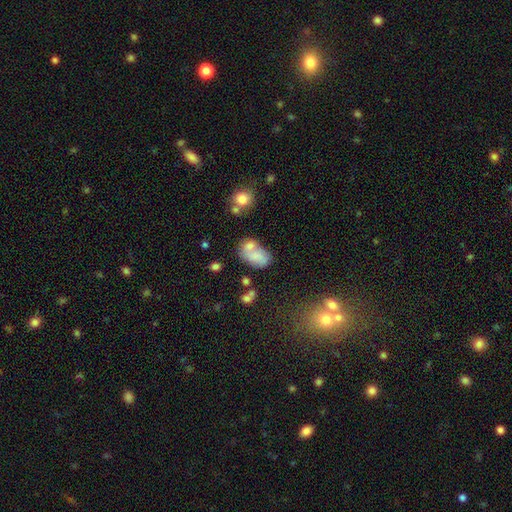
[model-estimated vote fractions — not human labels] smooth 67%, featured or disk 23%, star or artifact 10%. Down the decision tree: how rounded — in between (86%); merging — merger (37%).